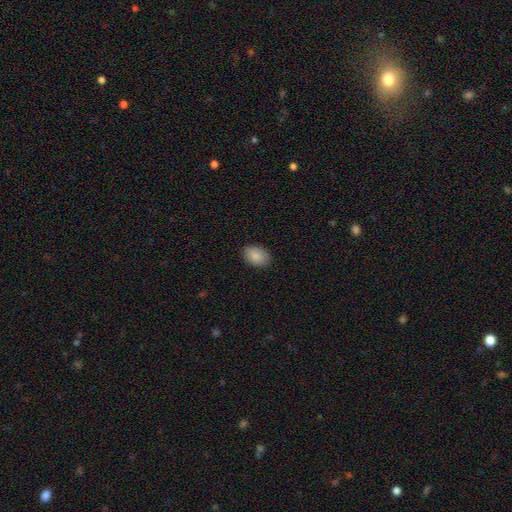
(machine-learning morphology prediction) The model was most divided on "how rounded": in between: 85%, round: 14%, cigar-shaped: 1%. More confident: merging — none (88%); smooth or featured — smooth (88%).